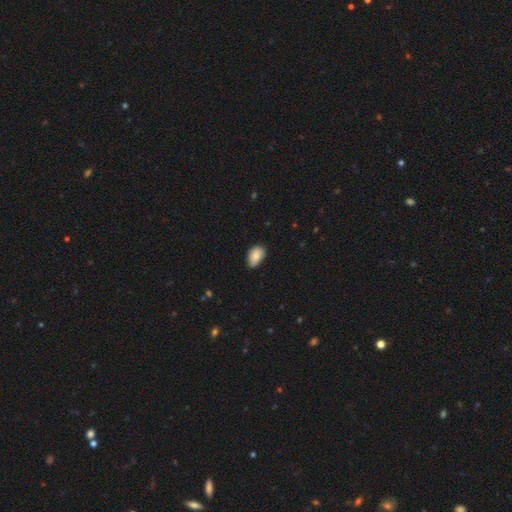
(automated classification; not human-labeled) The model was most divided on "merging": none: 66%, minor disturbance: 29%, major disturbance: 3%, merger: 1%. More confident: how rounded — in between (90%); smooth or featured — smooth (83%).